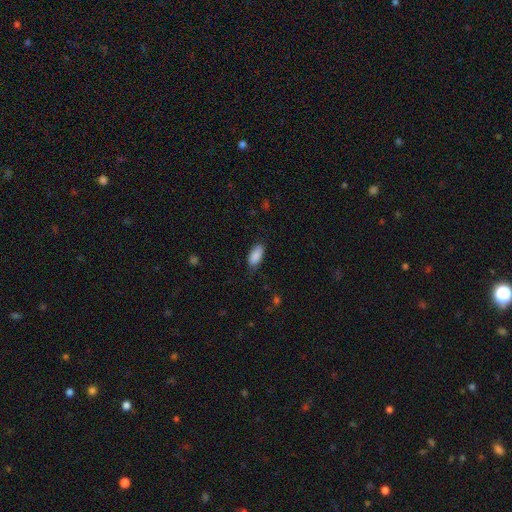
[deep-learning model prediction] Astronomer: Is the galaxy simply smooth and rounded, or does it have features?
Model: smooth — 89%.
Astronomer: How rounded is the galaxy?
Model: in between — 89%.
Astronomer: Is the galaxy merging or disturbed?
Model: none — 82%.